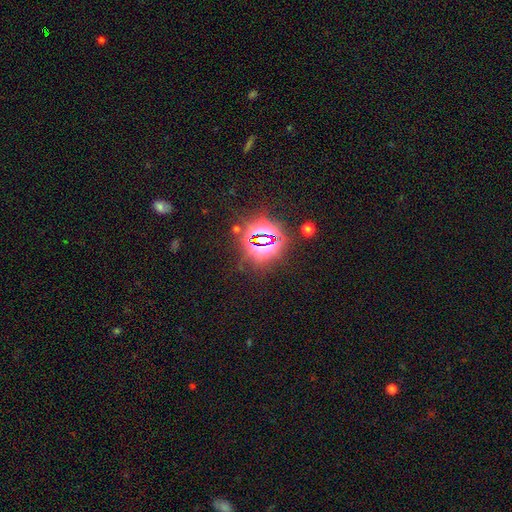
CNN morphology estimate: This is clearly a star or artifact rather than a galaxy (83%).